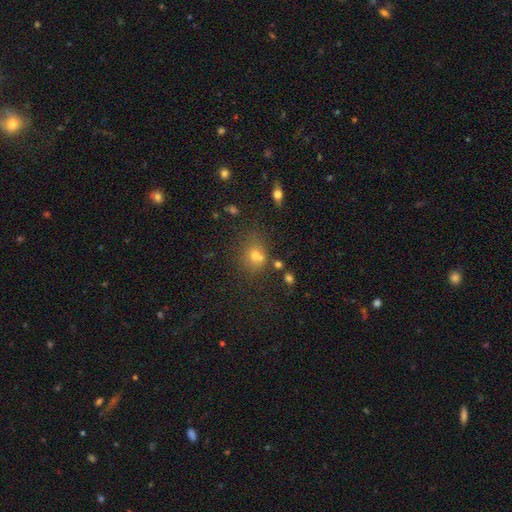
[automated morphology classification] Smooth or featured: smooth — 65% (star or artifact — 22%)
How rounded: round — 74% (in between — 25%)
Merging: none — 60% (merger — 21%)